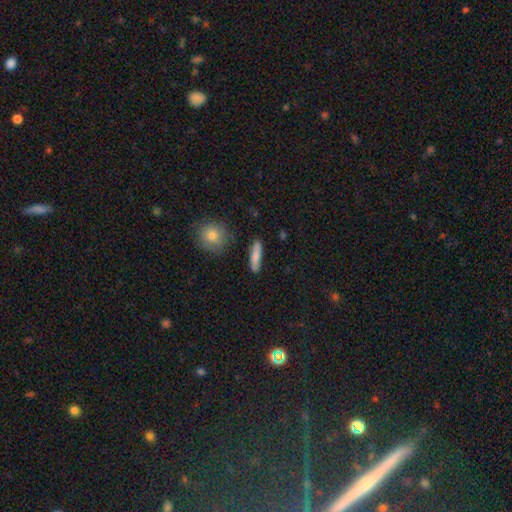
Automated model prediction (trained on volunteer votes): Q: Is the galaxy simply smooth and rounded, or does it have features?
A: smooth — 79%.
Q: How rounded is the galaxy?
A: cigar-shaped — 78%.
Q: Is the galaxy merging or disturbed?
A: none — 85%.